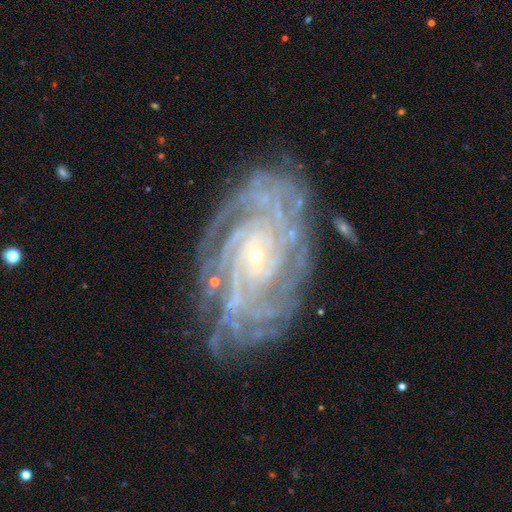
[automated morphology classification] smooth_or_featured: featured or disk (p=0.90) [alt: star or artifact p=0.06]
disk_edge_on: no (p=0.97) [alt: yes p=0.03]
bar: no (p=0.68) [alt: weak p=0.22]
has_spiral_arms: yes (p=0.98) [alt: no p=0.02]
spiral_winding: tight (p=0.82) [alt: medium p=0.16]
spiral_arm_count: more than 4 (p=0.27) [alt: 4 p=0.21]
bulge_size: small (p=0.86) [alt: moderate p=0.10]
merging: none (p=0.77) [alt: minor disturbance p=0.16]